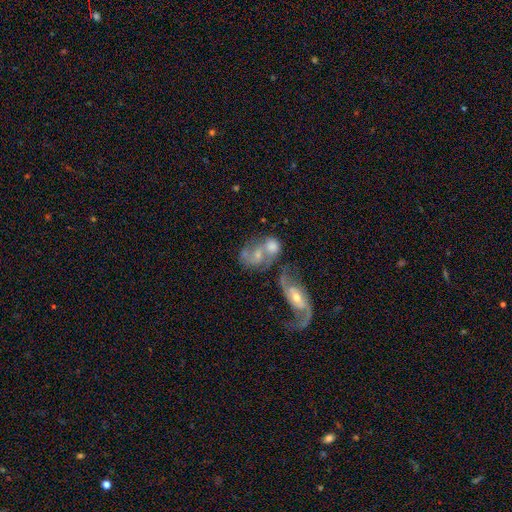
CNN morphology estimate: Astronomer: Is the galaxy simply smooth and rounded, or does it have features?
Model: featured or disk — 60%.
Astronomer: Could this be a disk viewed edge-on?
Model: no — 96%.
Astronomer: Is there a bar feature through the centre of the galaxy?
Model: no — 60%.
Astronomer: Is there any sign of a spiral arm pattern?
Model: yes — 78%.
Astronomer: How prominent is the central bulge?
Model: moderate — 47% (runner-up: small, 40%).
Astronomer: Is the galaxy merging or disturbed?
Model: merger — 64%.